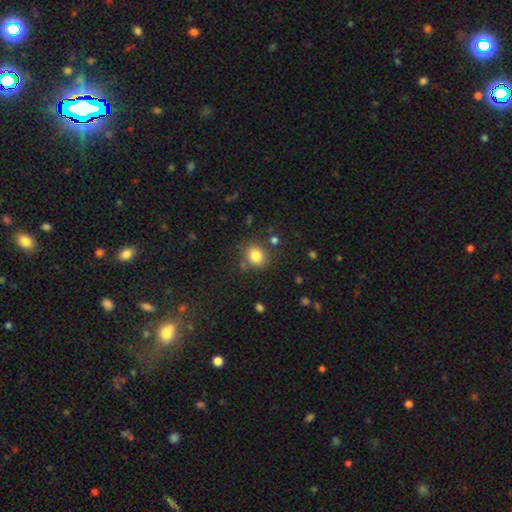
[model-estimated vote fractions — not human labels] smooth-or-featured: smooth: 82% | star or artifact: 11% | featured or disk: 7%
  how-rounded: round: 64% | in between: 35% | cigar-shaped: 1%
  merging: none: 77% | minor disturbance: 12% | merger: 6% | major disturbance: 4%